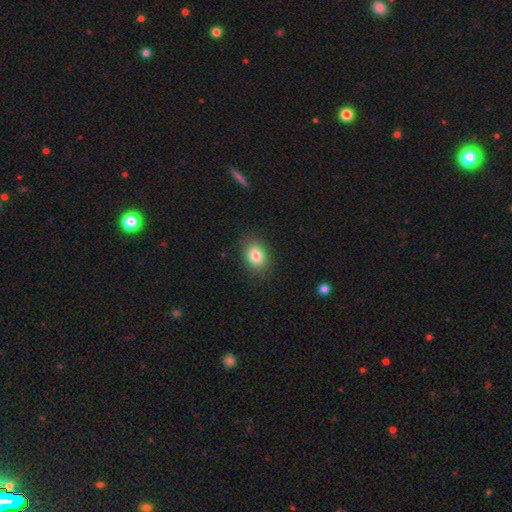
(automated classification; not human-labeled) Smooth or featured? smooth (82%)
How rounded? in between (69%)
Merging? none (87%)